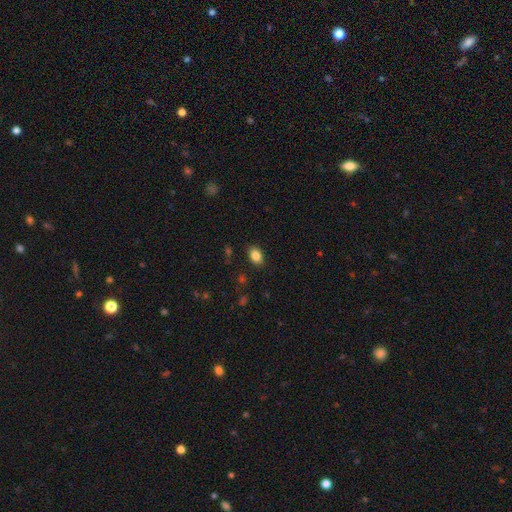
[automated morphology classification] Smooth or featured? smooth (85%)
How rounded? in between (81%)
Merging? none (86%)